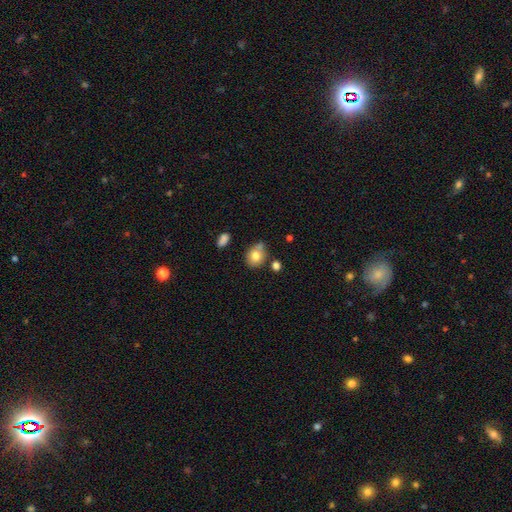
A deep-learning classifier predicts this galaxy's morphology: A smooth galaxy with no disk features (78%) that is round (67%). Merging: none (63%).